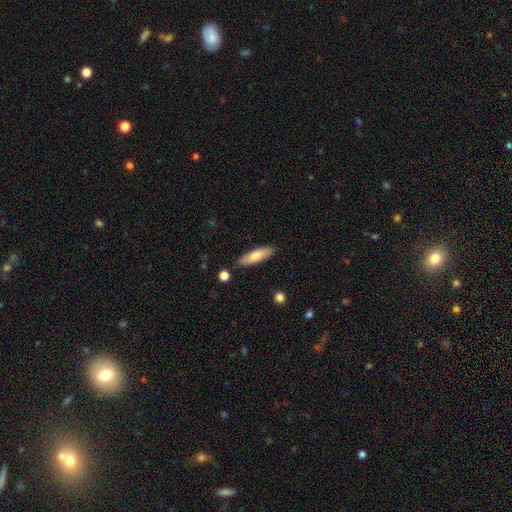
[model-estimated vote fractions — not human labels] This appears to be a smooth galaxy with no disk features (75%) that is cigar-shaped (56%). Merging: none (86%).